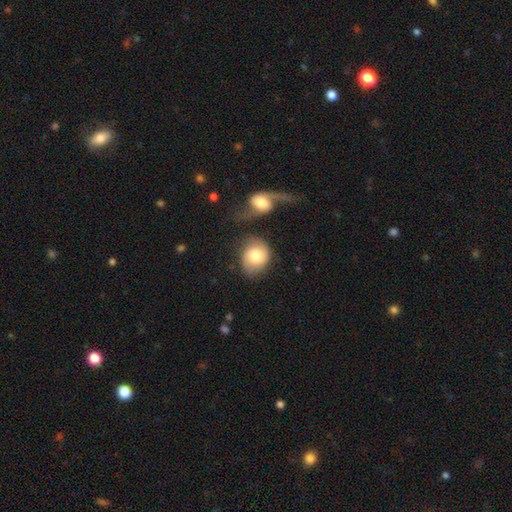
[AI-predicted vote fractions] smooth-or-featured: smooth: 65% | featured or disk: 28% | star or artifact: 7%
  how-rounded: round: 64% | in between: 35% | cigar-shaped: 1%
  merging: none: 52% | merger: 19% | minor disturbance: 18% | major disturbance: 11%